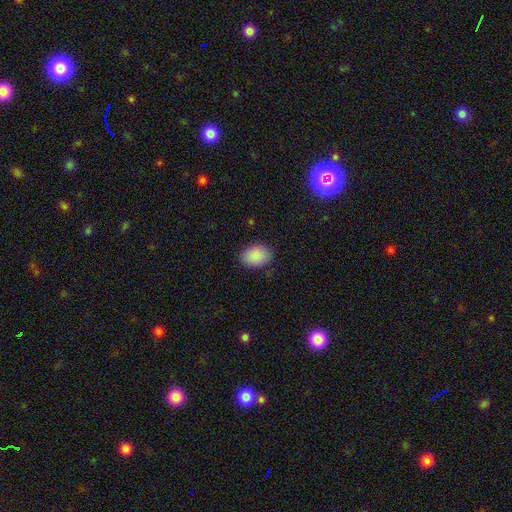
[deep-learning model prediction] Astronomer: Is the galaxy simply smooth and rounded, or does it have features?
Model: smooth — 90%.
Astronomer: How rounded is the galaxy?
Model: in between — 75%.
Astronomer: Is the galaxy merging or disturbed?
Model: none — 85%.